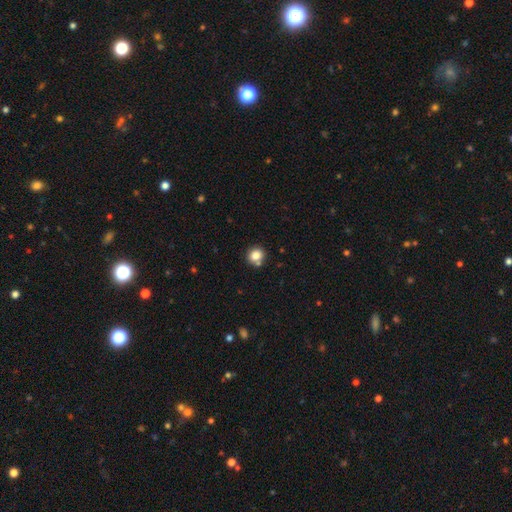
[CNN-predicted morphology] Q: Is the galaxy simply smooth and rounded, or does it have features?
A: smooth — 82%.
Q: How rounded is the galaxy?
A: round — 86%.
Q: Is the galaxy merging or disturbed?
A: none — 73%.